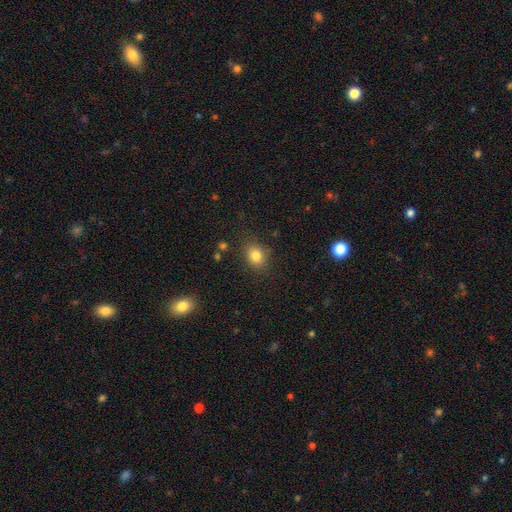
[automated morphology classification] This appears to be a smooth galaxy with no disk features (82%) that is round (53%). Merging: none (83%).